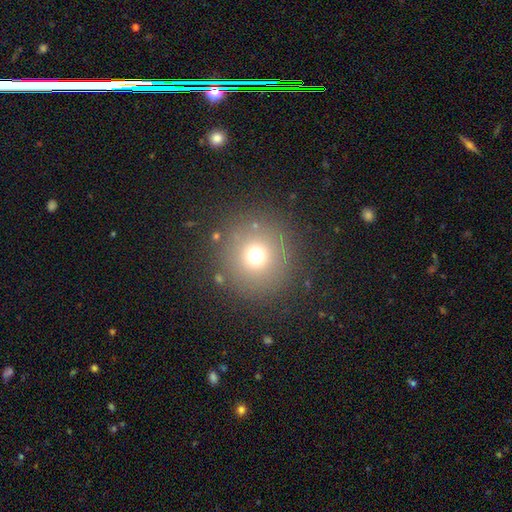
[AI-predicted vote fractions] A smooth galaxy with no disk features (69%) that is round (95%). Merging: none (86%).